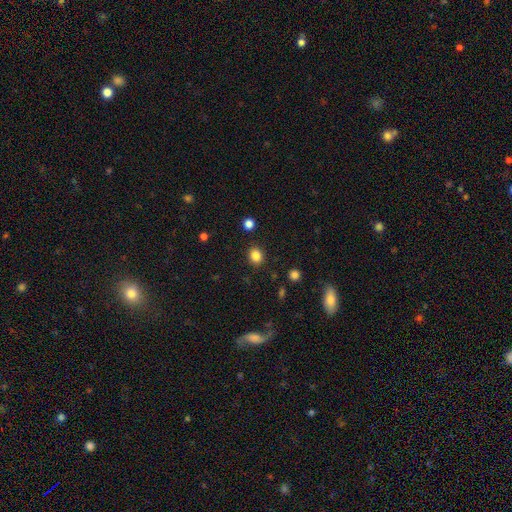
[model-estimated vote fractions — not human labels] smooth-or-featured: smooth: 84% | star or artifact: 12% | featured or disk: 4%
  how-rounded: round: 69% | in between: 30% | cigar-shaped: 1%
  merging: none: 89% | minor disturbance: 7% | major disturbance: 2% | merger: 2%